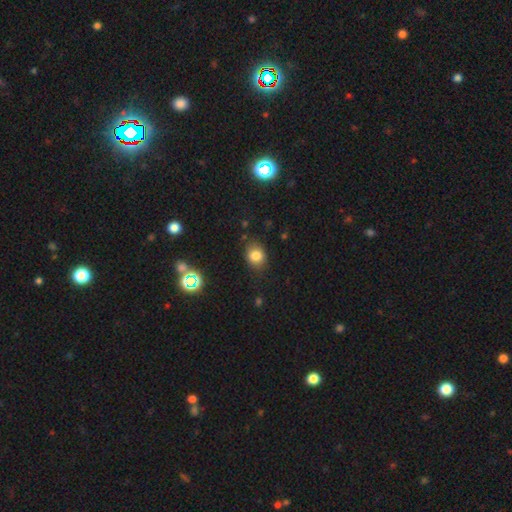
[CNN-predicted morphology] smooth 79%, star or artifact 13%, featured or disk 8%. Down the decision tree: how rounded — round (50%); merging — none (79%).